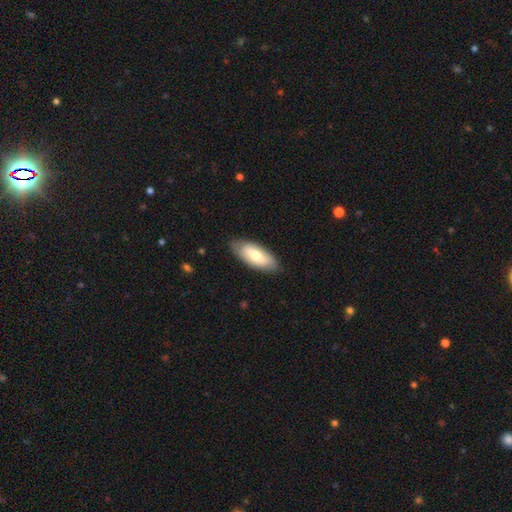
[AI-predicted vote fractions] The model was most divided on "smooth or featured": smooth: 64%, featured or disk: 31%, star or artifact: 5%. More confident: how rounded — in between (84%); merging — none (81%).